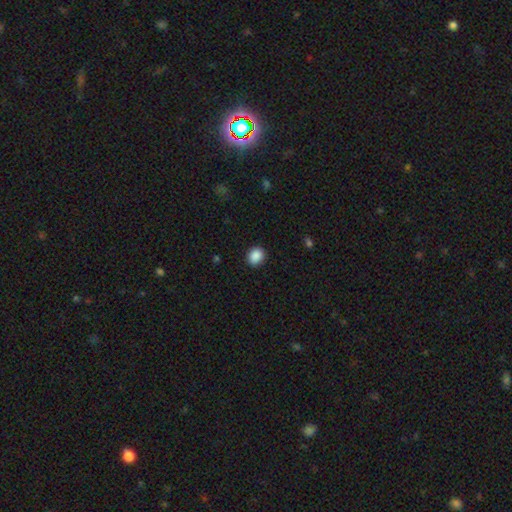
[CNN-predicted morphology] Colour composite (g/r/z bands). It shows a smooth galaxy with no disk features (89%) that is round (62%). Merging: none (90%).